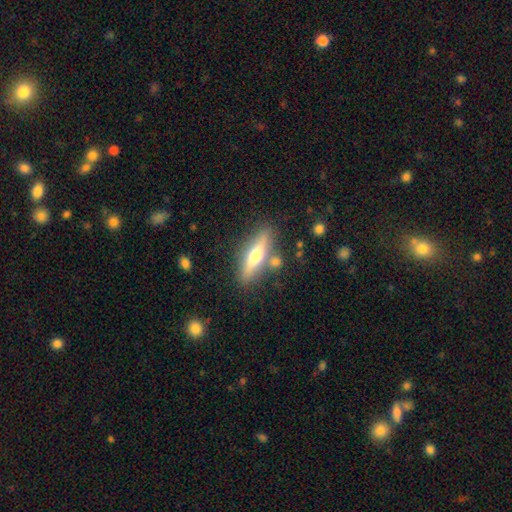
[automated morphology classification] Smooth or featured? Predicted: featured or disk (p=0.49). Merging? Predicted: none (p=0.77).